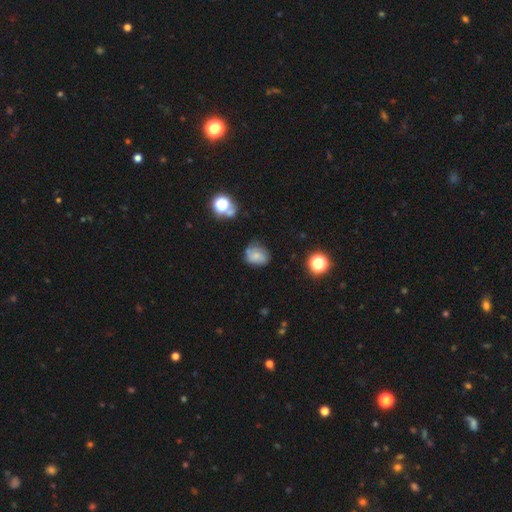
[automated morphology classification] The model was most divided on "how rounded": round: 54%, in between: 45%, cigar-shaped: 1%. More confident: smooth or featured — smooth (60%); merging — none (57%).